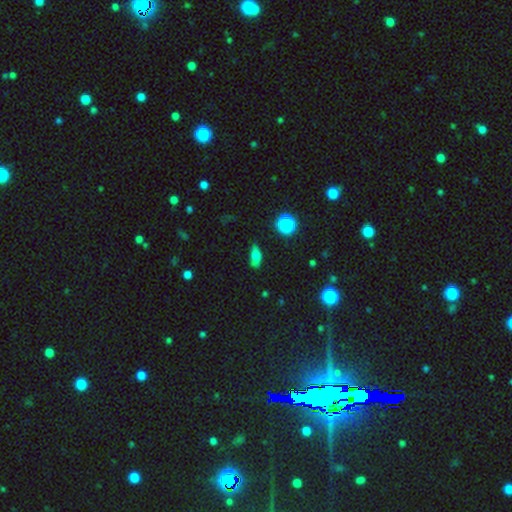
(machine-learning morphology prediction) Smooth or featured? Predicted: smooth (p=0.70). How rounded? Predicted: in between (p=0.72). Merging? Predicted: none (p=0.71).